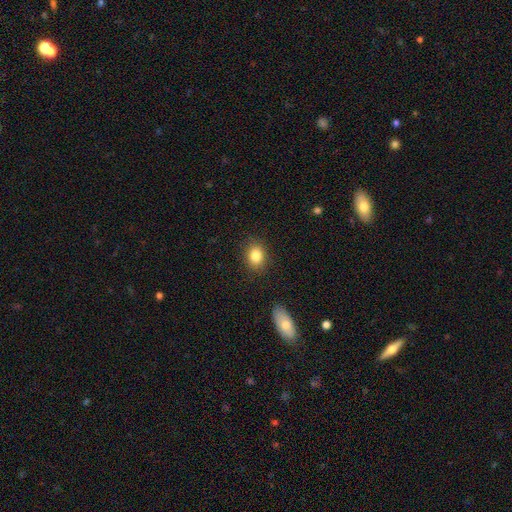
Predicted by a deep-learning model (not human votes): A smooth galaxy with no disk features (84%) that is in between round and cigar-shaped (50%).

Vote fractions:
- Smooth or featured? smooth: 84% / star or artifact: 10% / featured or disk: 7%
- How rounded? in between: 50% / round: 48% / cigar-shaped: 1%
- Merging? none: 87% / minor disturbance: 10% / major disturbance: 3% / merger: 1%